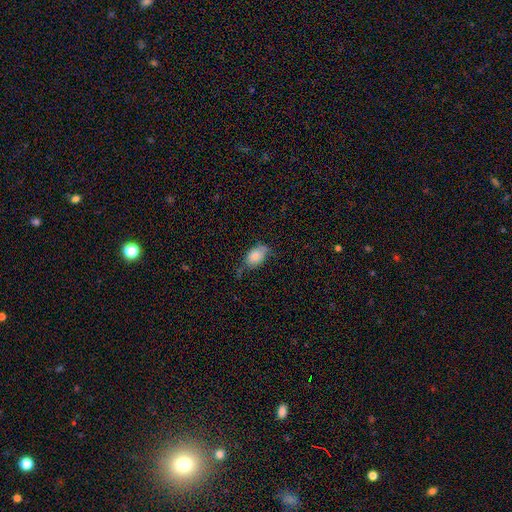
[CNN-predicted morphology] Overall: smooth (83%). How rounded: in between (87%). Merging: none (54%; minor disturbance 34%).